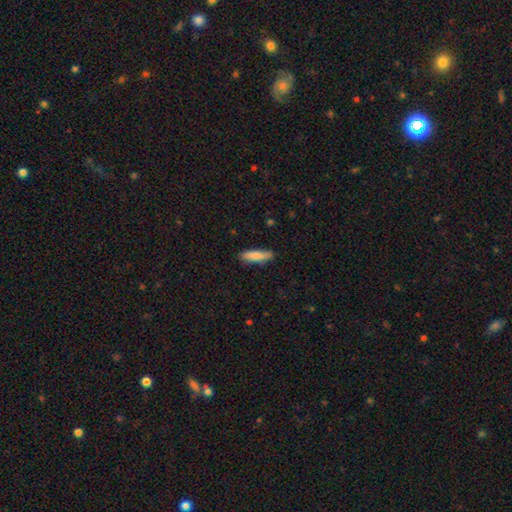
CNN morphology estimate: A smooth galaxy with no disk features (84%) that is cigar-shaped (68%). Merging: none (84%).